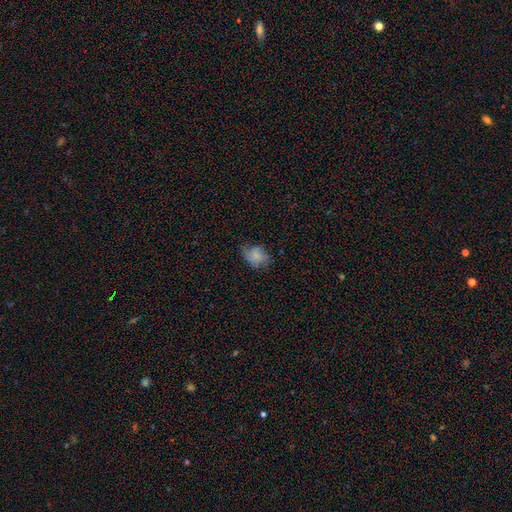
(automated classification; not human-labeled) Smooth or featured? Predicted: smooth (p=0.73). How rounded? Predicted: in between (p=0.68). Merging? Predicted: none (p=0.60).